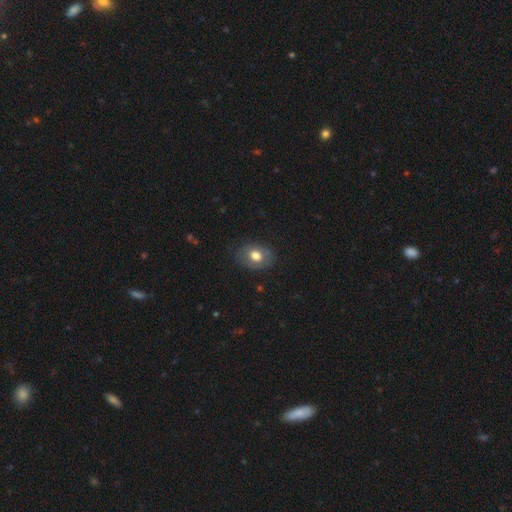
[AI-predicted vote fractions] This is likely a smooth galaxy (69%). How rounded: likely in between (65%). Merging: likely none (79%).